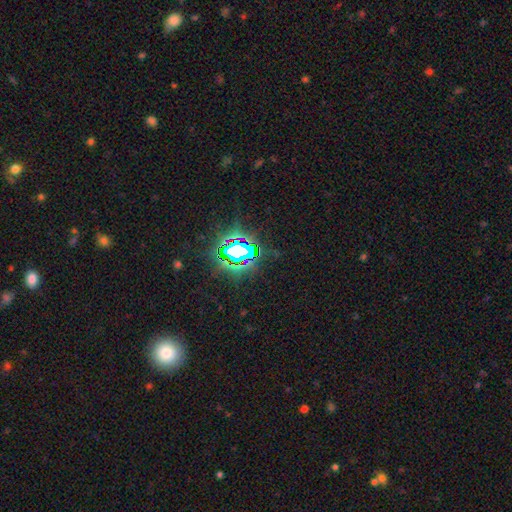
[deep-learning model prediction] A star or artifact, not a galaxy (80%).